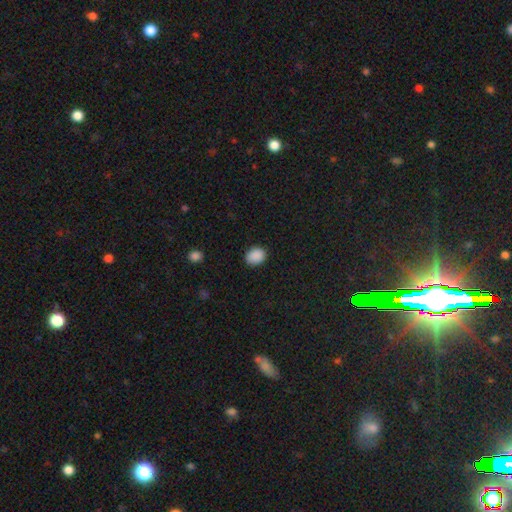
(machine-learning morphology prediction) Smooth or featured? Predicted: smooth (p=0.89). How rounded? Predicted: in between (p=0.54). Merging? Predicted: none (p=0.86).